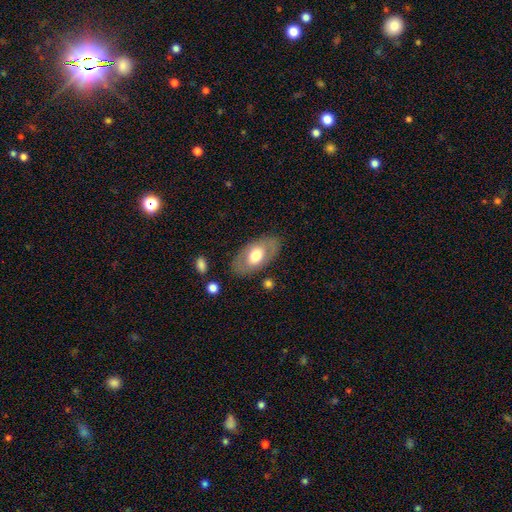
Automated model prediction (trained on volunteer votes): smooth_or_featured: smooth (p=0.55) [alt: featured or disk p=0.39]
how_rounded: in between (p=0.92) [alt: round p=0.06]
merging: none (p=0.82) [alt: minor disturbance p=0.12]